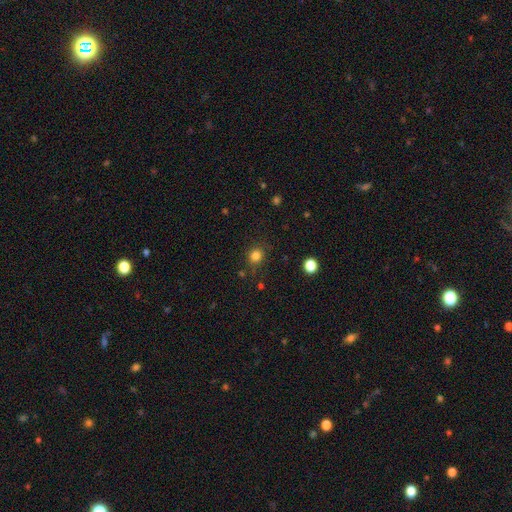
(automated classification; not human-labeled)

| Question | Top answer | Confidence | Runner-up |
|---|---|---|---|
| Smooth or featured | smooth | 81% | star or artifact (14%) |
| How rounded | round | 86% | in between (13%) |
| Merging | none | 83% | minor disturbance (11%) |